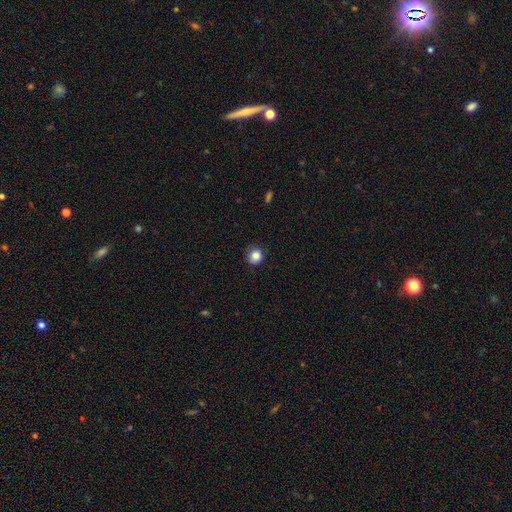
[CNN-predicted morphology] A smooth galaxy with no disk features (84%) that is round (88%). Merging: none (82%).